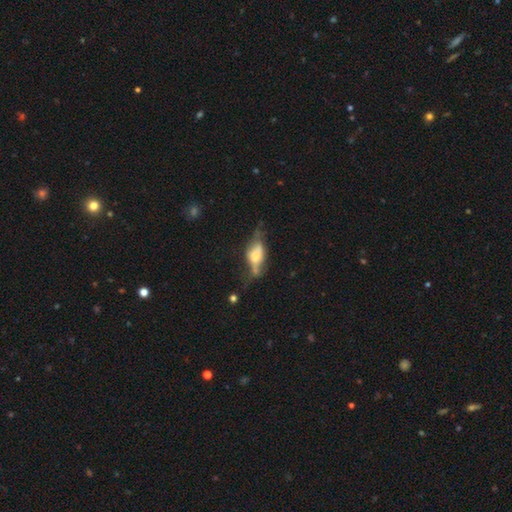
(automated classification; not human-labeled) Q: Smooth or featured?
A: featured or disk (53%); runner-up: smooth (38%)
Q: Edge-on disk?
A: yes (62%); runner-up: no (38%)
Q: Merging?
A: none (41%); runner-up: minor disturbance (28%)